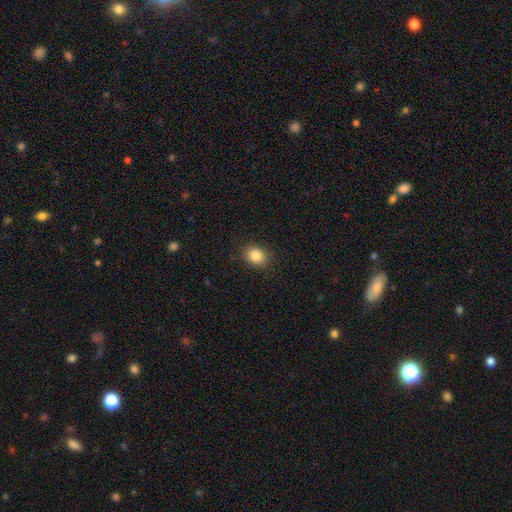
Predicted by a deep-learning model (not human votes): smooth_or_featured: smooth (p=0.85) [alt: star or artifact p=0.10]
how_rounded: in between (p=0.53) [alt: round p=0.46]
merging: none (p=0.87) [alt: minor disturbance p=0.09]